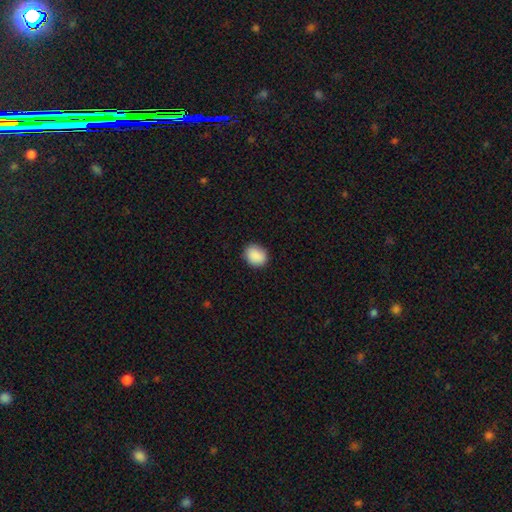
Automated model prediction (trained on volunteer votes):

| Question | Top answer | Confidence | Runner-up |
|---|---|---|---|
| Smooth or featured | smooth | 89% | star or artifact (8%) |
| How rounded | round | 58% | in between (41%) |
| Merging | none | 88% | minor disturbance (9%) |